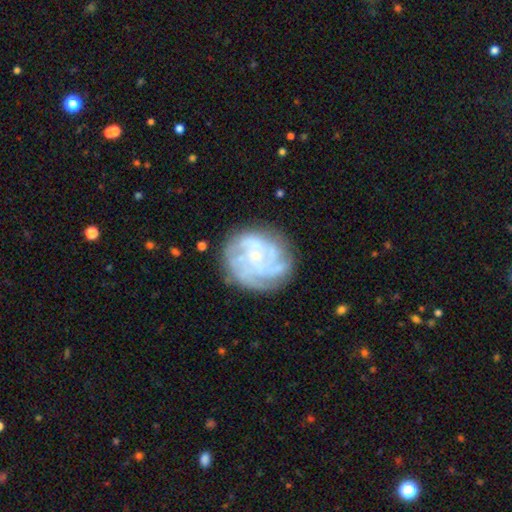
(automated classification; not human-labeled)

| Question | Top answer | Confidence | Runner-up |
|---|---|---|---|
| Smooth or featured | featured or disk | 79% | smooth (13%) |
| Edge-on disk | no | 98% | yes (2%) |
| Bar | no | 78% | weak (19%) |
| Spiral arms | yes | 92% | no (8%) |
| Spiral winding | tight | 63% | medium (29%) |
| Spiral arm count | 4 | 30% | can't tell (27%) |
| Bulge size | small | 79% | moderate (14%) |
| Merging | none | 77% | minor disturbance (15%) |